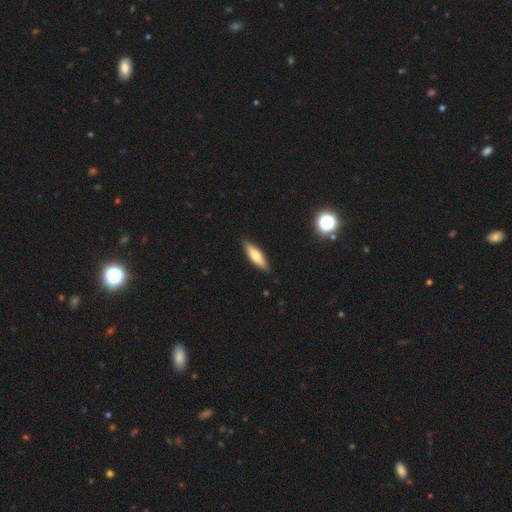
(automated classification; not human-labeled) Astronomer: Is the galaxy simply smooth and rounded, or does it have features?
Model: smooth — 70%.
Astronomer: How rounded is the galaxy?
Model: cigar-shaped — 57% (runner-up: in between, 41%).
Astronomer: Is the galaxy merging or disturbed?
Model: none — 88%.